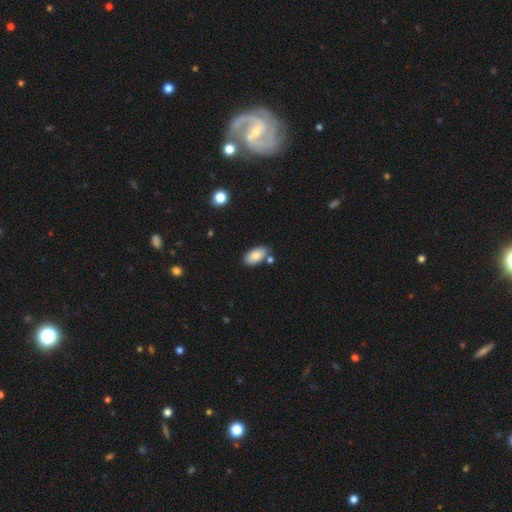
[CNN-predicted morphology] smooth-or-featured: smooth: 84% | featured or disk: 9% | star or artifact: 7%
  how-rounded: in between: 94% | cigar-shaped: 3% | round: 3%
  merging: none: 76% | minor disturbance: 13% | merger: 9% | major disturbance: 3%